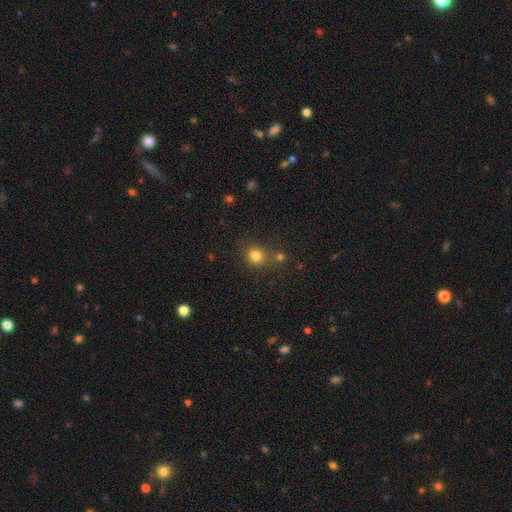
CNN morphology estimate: This appears to be a smooth galaxy with no disk features (80%) that is round (81%). Merging: none (68%).